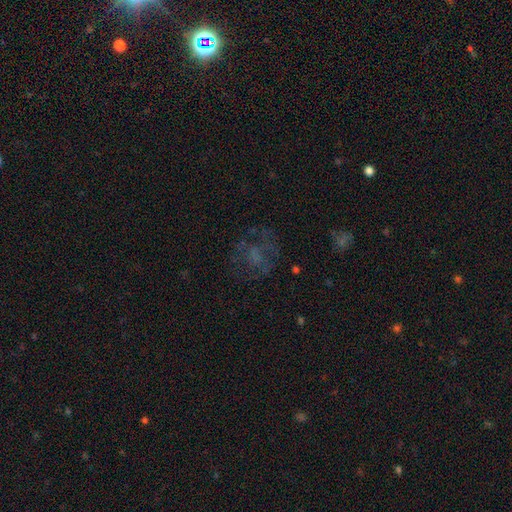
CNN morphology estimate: Smooth or featured? featured or disk (42%)
Merging? none (59%)